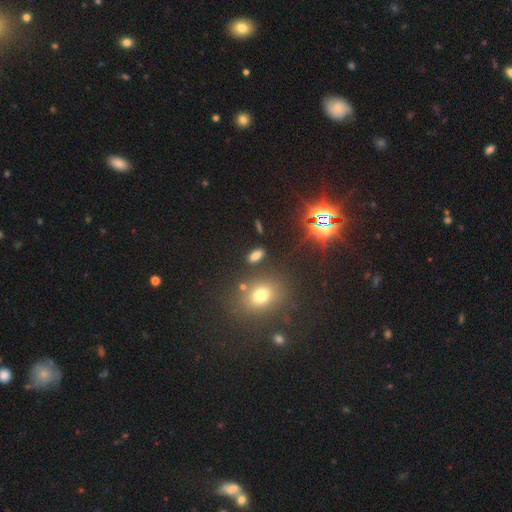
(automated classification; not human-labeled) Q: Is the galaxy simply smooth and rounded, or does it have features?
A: smooth — 66%.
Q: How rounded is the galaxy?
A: in between — 76%.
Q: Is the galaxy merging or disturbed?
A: none — 83%.